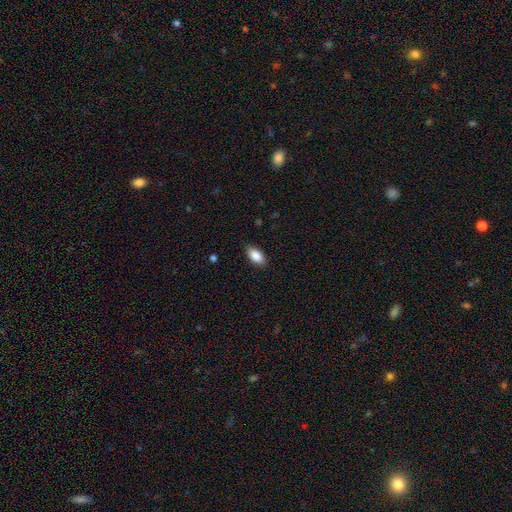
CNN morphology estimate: This appears to be a smooth galaxy with no disk features (88%) that is in between round and cigar-shaped (92%). Merging: none (85%).